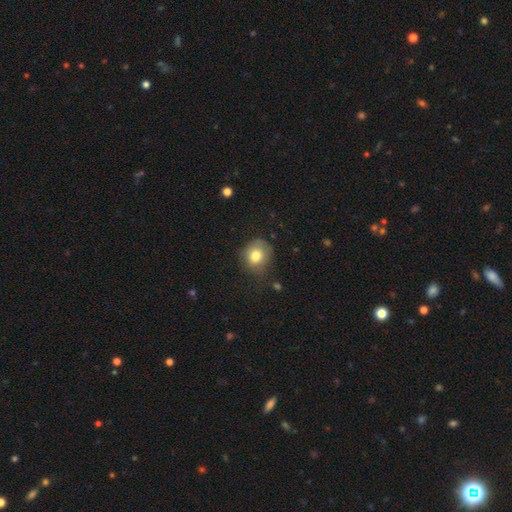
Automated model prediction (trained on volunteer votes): This is likely a smooth galaxy (77%). How rounded: likely round (76%). Merging: possibly none (60%).